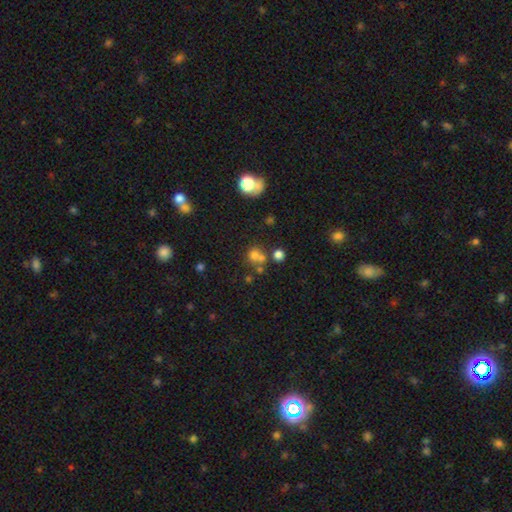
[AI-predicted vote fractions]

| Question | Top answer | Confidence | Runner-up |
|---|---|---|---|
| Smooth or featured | smooth | 67% | star or artifact (19%) |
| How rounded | round | 83% | in between (16%) |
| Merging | none | 48% | merger (37%) |